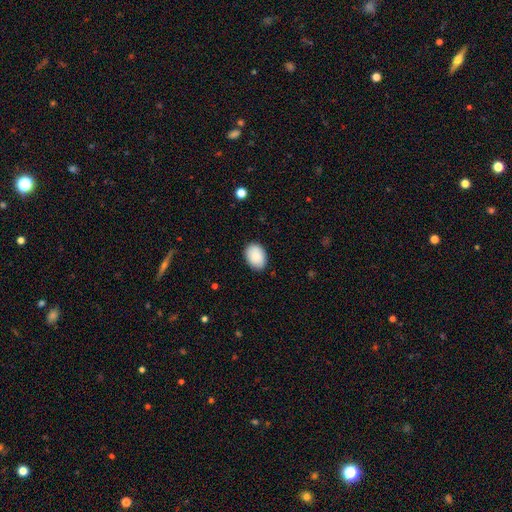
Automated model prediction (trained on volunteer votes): This is clearly a smooth galaxy (90%). How rounded: clearly in between (81%). Merging: clearly none (86%).